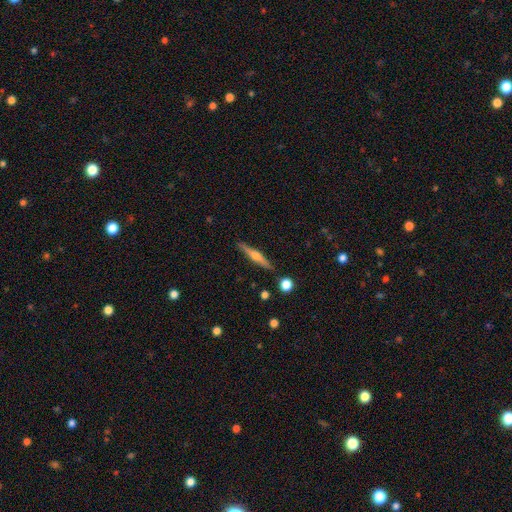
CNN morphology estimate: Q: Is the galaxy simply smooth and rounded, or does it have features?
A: featured or disk — 66%.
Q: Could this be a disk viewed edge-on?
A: yes — 97%.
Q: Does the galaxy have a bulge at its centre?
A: rounded — 89%.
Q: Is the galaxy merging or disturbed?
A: none — 90%.